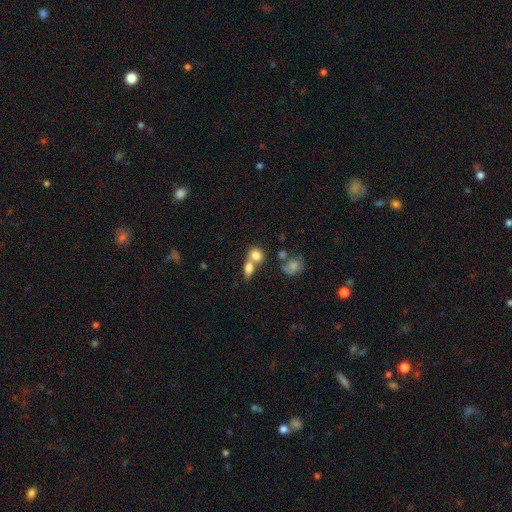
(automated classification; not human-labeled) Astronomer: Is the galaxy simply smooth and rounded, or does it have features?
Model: smooth — 78%.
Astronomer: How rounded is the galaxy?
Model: round — 52% (runner-up: in between, 45%).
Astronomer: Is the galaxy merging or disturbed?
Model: merger — 56% (runner-up: none, 31%).